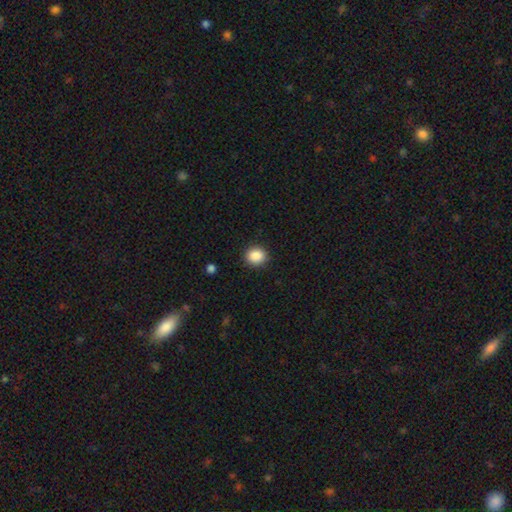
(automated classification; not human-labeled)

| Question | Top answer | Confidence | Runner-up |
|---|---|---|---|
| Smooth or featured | smooth | 88% | star or artifact (9%) |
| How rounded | round | 73% | in between (26%) |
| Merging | none | 89% | minor disturbance (8%) |